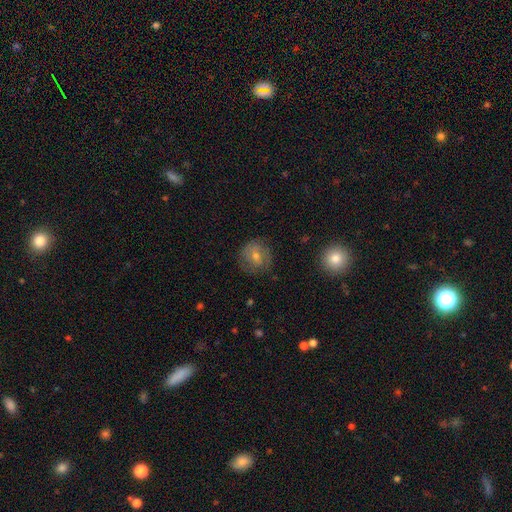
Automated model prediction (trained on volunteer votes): A featured or disk galaxy (44%).

Vote fractions:
- Smooth or featured? featured or disk: 44% / smooth: 43% / star or artifact: 14%
- Merging? none: 81% / minor disturbance: 13% / major disturbance: 5% / merger: 1%